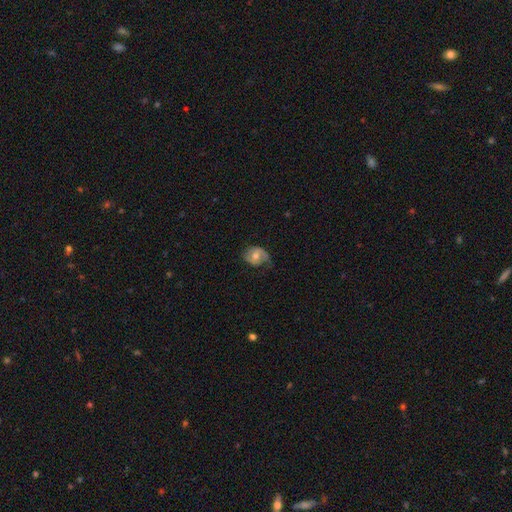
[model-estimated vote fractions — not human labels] Smooth or featured? featured or disk (56%)
Edge-on disk? no (96%)
Bar? no (67%)
Spiral arms? yes (77%)
Bulge size? moderate (70%)
Merging? none (54%)